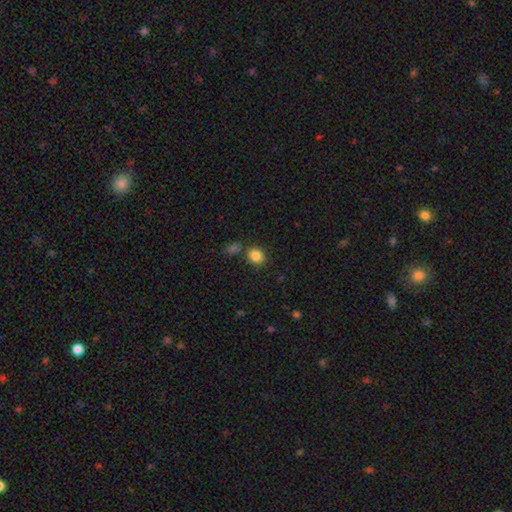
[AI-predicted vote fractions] Smooth or featured? Predicted: smooth (p=0.85). How rounded? Predicted: round (p=0.50). Merging? Predicted: none (p=0.76).